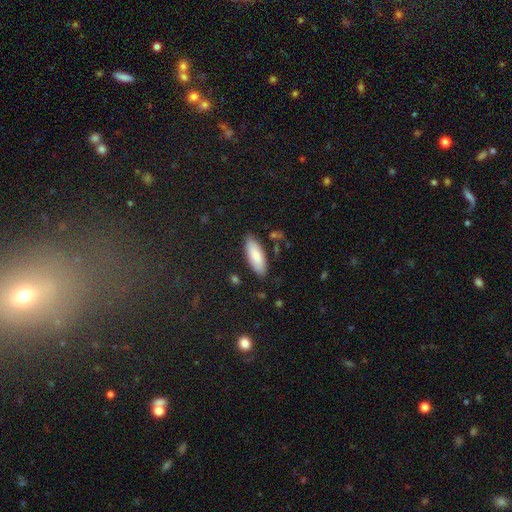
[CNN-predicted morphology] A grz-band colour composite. It shows a smooth galaxy with no disk features (84%) that is in between round and cigar-shaped (75%). Merging: none (84%).